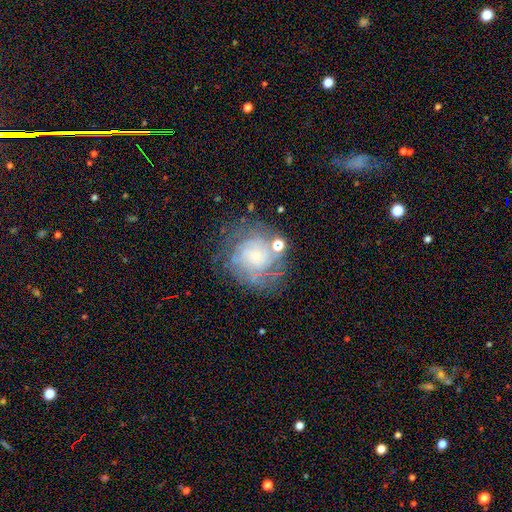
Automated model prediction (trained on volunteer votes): The model was most divided on "spiral arm count": can't tell: 44%, 4: 16%, 3: 12%, more than 4: 12%, 2: 10%, 1: 5%. More confident: edge-on disk — no (97%); spiral arms — yes (88%); bulge size — small (82%); bar — no (81%); smooth or featured — featured or disk (72%); spiral winding — tight (70%); merging — none (66%).